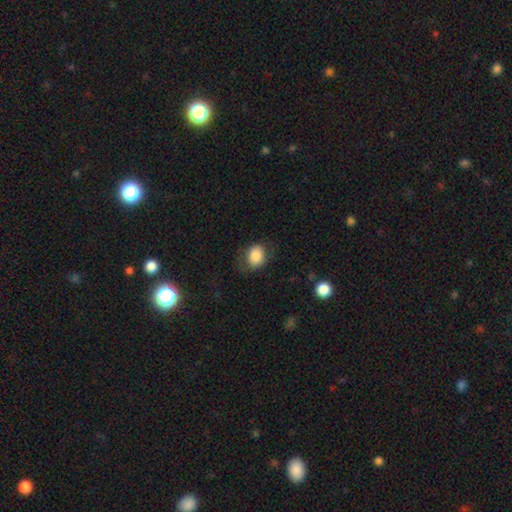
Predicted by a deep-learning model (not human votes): This appears to be a smooth galaxy with no disk features (81%) that is in between round and cigar-shaped (51%). Merging: none (66%).